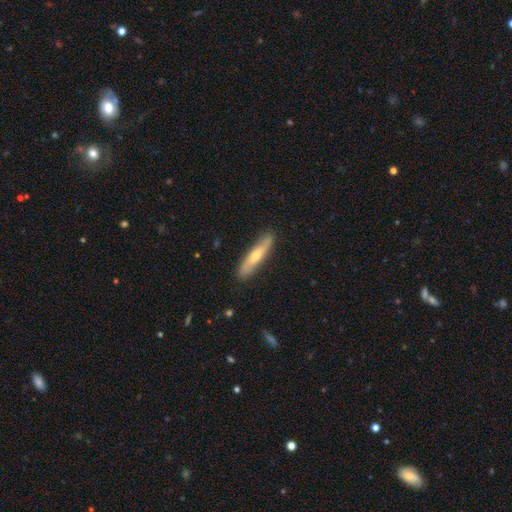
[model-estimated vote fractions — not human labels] smooth_or_featured: smooth (p=0.50) [alt: featured or disk p=0.45]
merging: none (p=0.87) [alt: minor disturbance p=0.10]